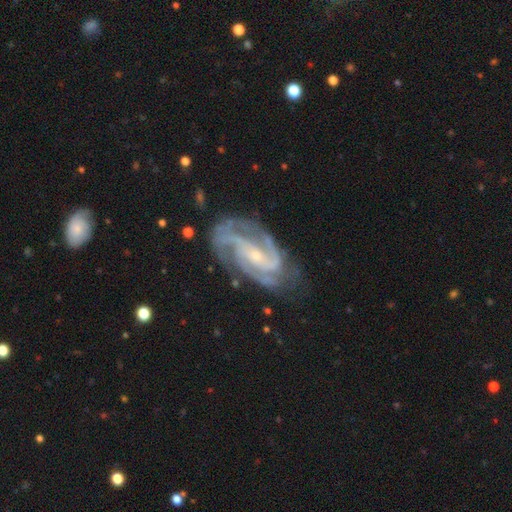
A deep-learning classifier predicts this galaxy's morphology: Smooth or featured?
  - featured or disk: 91% *
  - star or artifact: 5%
  - smooth: 4%
Edge-on disk?
  - no: 97% *
  - yes: 3%
Bar?
  - no: 42% *
  - weak: 40%
  - strong: 18%
Spiral arms?
  - yes: 98% *
  - no: 2%
Spiral winding?
  - tight: 47% *
  - medium: 44%
  - loose: 9%
Spiral arm count?
  - 2: 41% *
  - 3: 31%
  - can't tell: 10%
  - 4: 9%
  - 1: 5%
  - more than 4: 5%
Bulge size?
  - small: 71% *
  - moderate: 23%
  - none: 4%
  - large: 1%
  - dominant: 1%
Merging?
  - none: 71% *
  - minor disturbance: 19%
  - major disturbance: 8%
  - merger: 2%